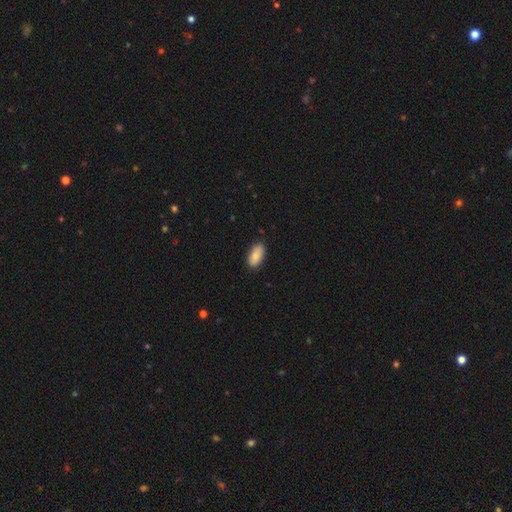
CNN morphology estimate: Smooth or featured? smooth (80%)
How rounded? in between (92%)
Merging? none (84%)